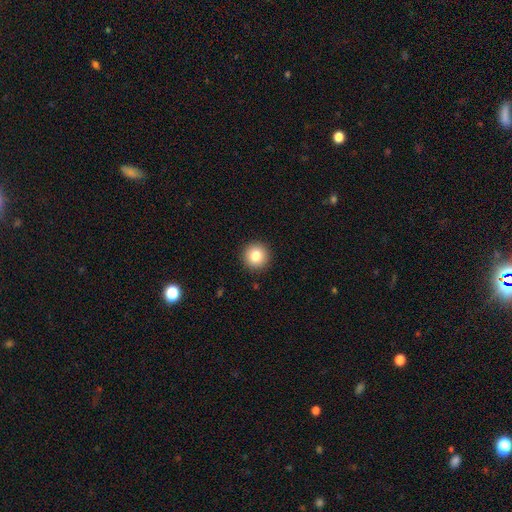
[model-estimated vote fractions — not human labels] Smooth or featured? smooth (82%)
How rounded? round (96%)
Merging? none (93%)